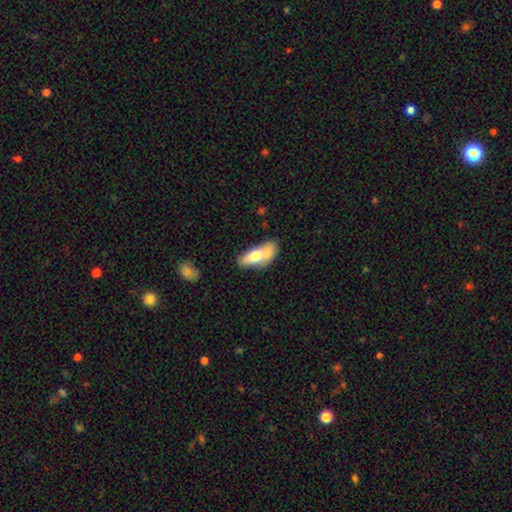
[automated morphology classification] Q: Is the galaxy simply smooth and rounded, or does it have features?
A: smooth — 64%.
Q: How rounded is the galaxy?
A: in between — 77%.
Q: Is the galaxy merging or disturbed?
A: none — 38%.